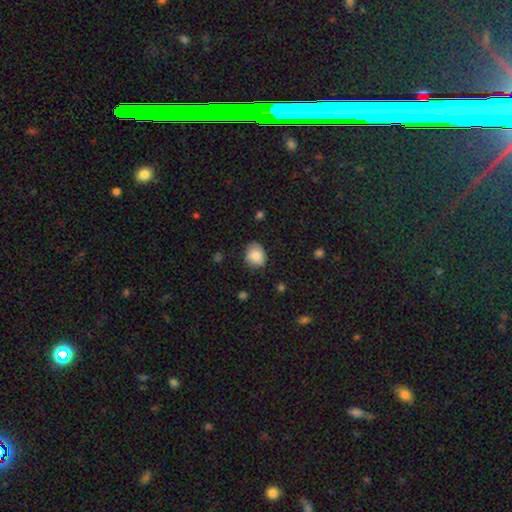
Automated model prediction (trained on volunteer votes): This appears to be a smooth galaxy with no disk features (82%) that is round (51%). Merging: none (74%).